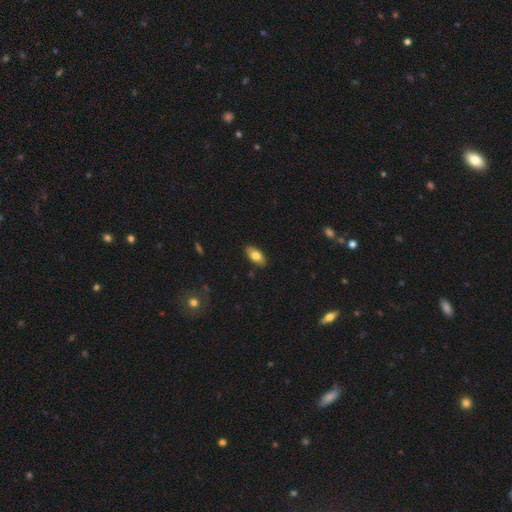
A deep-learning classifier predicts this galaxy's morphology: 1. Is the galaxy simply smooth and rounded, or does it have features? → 77% smooth, 17% featured or disk, 6% star or artifact.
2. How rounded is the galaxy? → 89% in between, 8% cigar-shaped, 3% round.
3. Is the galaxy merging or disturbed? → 87% none, 10% minor disturbance, 2% major disturbance, 1% merger.